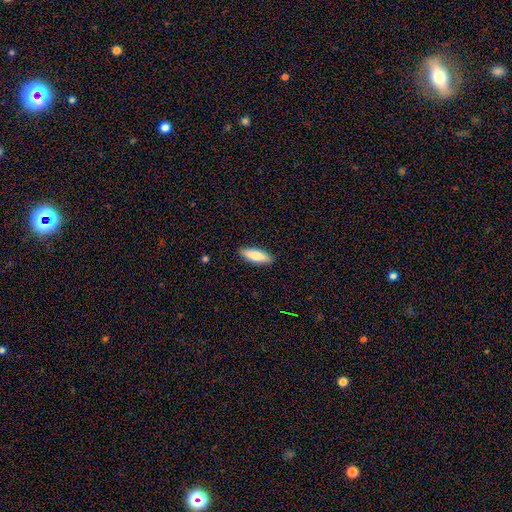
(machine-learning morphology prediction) smooth 83%, featured or disk 11%, star or artifact 5%. Down the decision tree: how rounded — in between (51%); merging — none (89%).